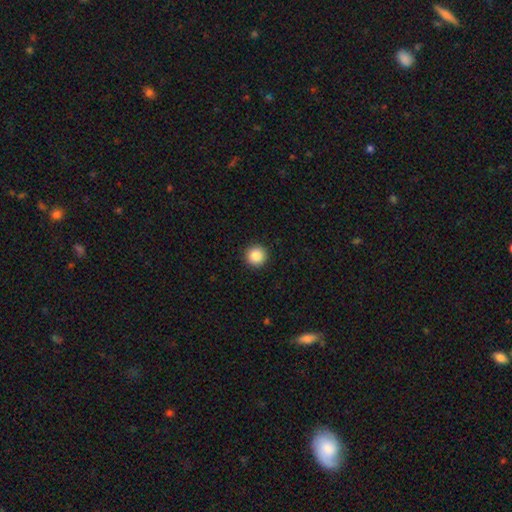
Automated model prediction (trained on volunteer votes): A smooth galaxy with no disk features (86%) that is round (96%).

Vote fractions:
- Smooth or featured? smooth: 86% / star or artifact: 9% / featured or disk: 5%
- How rounded? round: 96% / in between: 3% / cigar-shaped: 1%
- Merging? none: 93% / minor disturbance: 4% / major disturbance: 2% / merger: 1%